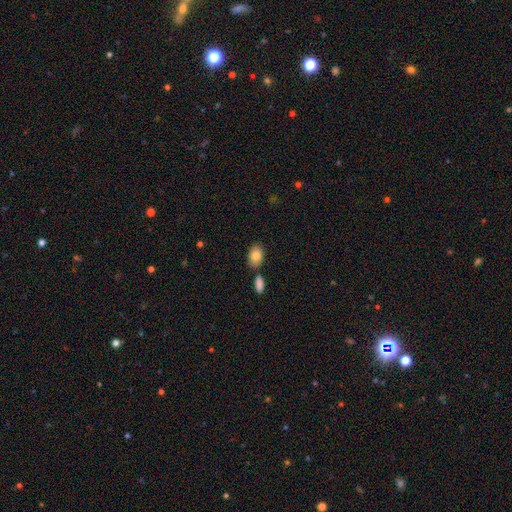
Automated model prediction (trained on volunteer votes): A smooth galaxy with no disk features (84%) that is in between round and cigar-shaped (87%). Merging: none (74%).